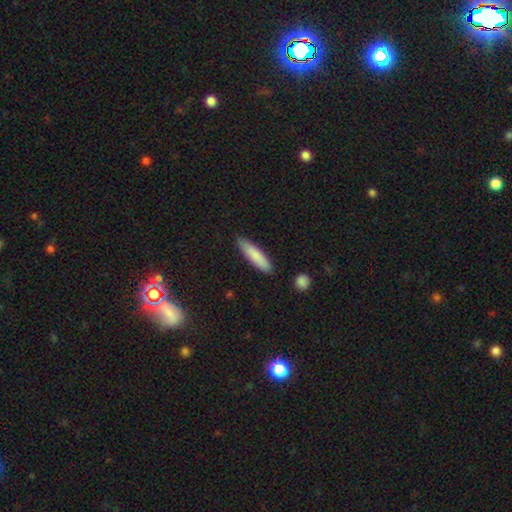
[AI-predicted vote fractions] This is clearly a smooth galaxy (83%). How rounded: likely cigar-shaped (76%). Merging: clearly none (84%).